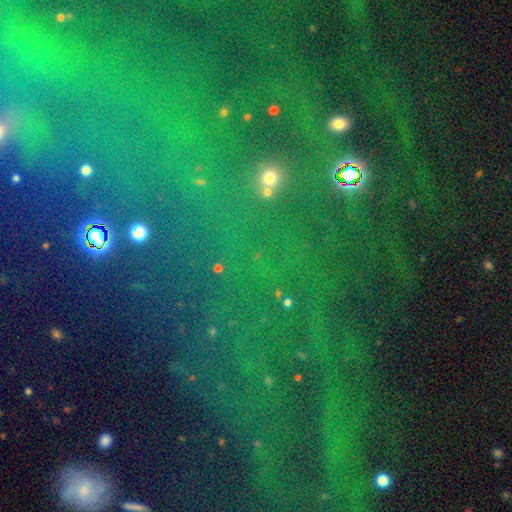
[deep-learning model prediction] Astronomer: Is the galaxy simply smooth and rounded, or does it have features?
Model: star or artifact — 78%.